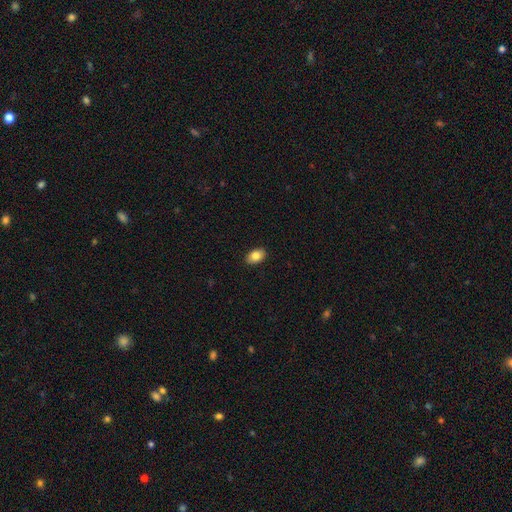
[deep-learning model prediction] smooth 84%, featured or disk 9%, star or artifact 8%. Down the decision tree: how rounded — in between (90%); merging — none (90%).